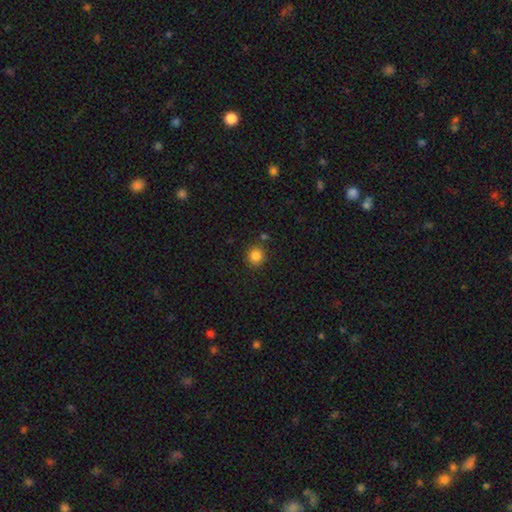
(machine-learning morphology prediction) Smooth or featured?
  - smooth: 85% *
  - star or artifact: 11%
  - featured or disk: 4%
How rounded?
  - round: 89% *
  - in between: 10%
  - cigar-shaped: 1%
Merging?
  - none: 84% *
  - minor disturbance: 8%
  - merger: 5%
  - major disturbance: 2%